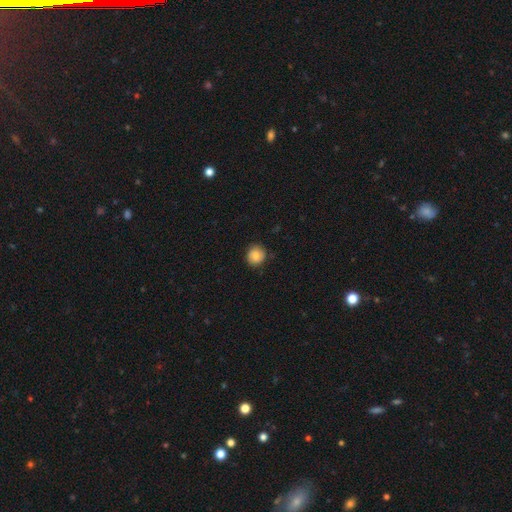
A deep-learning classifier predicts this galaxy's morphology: smooth 82%, featured or disk 10%, star or artifact 8%. Down the decision tree: how rounded — round (88%); merging — none (83%).